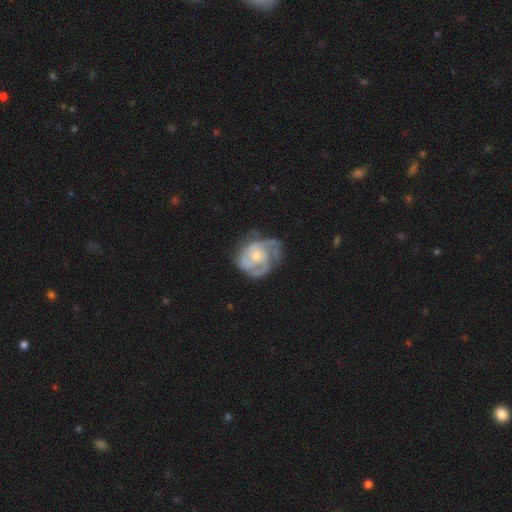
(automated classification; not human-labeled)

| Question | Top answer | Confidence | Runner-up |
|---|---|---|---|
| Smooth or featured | featured or disk | 82% | smooth (13%) |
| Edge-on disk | no | 98% | yes (2%) |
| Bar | no | 75% | weak (21%) |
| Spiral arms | yes | 93% | no (7%) |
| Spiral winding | tight | 50% | medium (39%) |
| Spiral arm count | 3 | 40% | can't tell (21%) |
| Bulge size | small | 48% | moderate (45%) |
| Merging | none | 59% | minor disturbance (24%) |